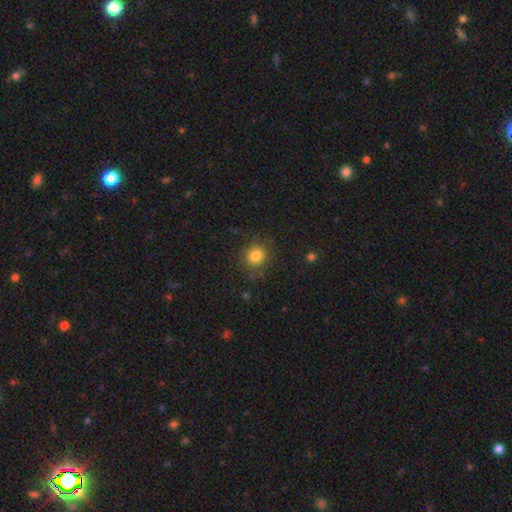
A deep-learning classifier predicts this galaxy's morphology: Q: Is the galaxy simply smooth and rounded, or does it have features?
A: smooth — 82%.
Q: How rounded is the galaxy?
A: round — 83%.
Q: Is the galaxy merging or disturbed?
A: none — 85%.